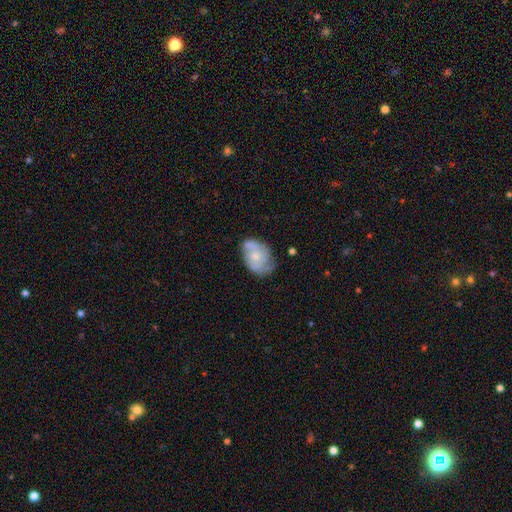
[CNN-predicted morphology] smooth_or_featured: featured or disk (p=0.53) [alt: smooth p=0.40]
disk_edge_on: no (p=0.97) [alt: yes p=0.03]
bar: no (p=0.80) [alt: weak p=0.17]
has_spiral_arms: yes (p=0.63) [alt: no p=0.37]
bulge_size: small (p=0.53) [alt: moderate p=0.38]
merging: none (p=0.47) [alt: minor disturbance p=0.32]